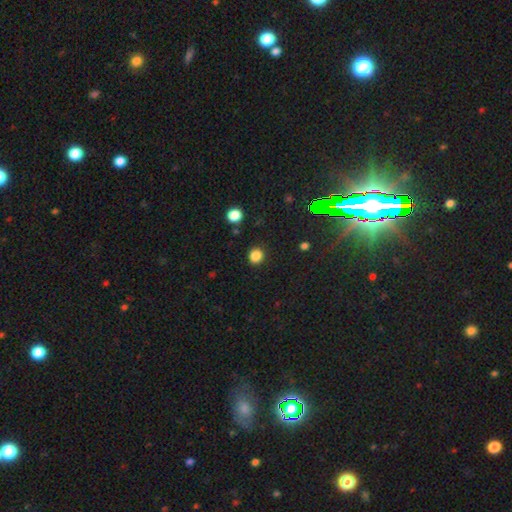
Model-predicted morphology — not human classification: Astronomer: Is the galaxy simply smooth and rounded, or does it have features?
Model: smooth — 83%.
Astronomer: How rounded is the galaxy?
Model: round — 84%.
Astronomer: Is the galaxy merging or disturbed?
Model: none — 88%.